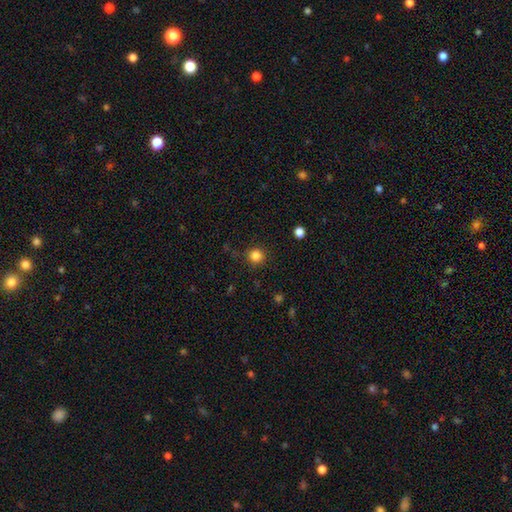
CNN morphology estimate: Smooth or featured? smooth (83%)
How rounded? round (94%)
Merging? none (89%)